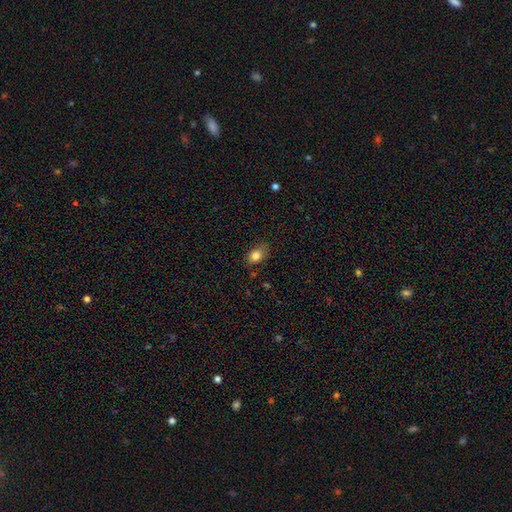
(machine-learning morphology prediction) This is clearly a smooth galaxy (81%). How rounded: likely in between (78%). Merging: likely none (73%).